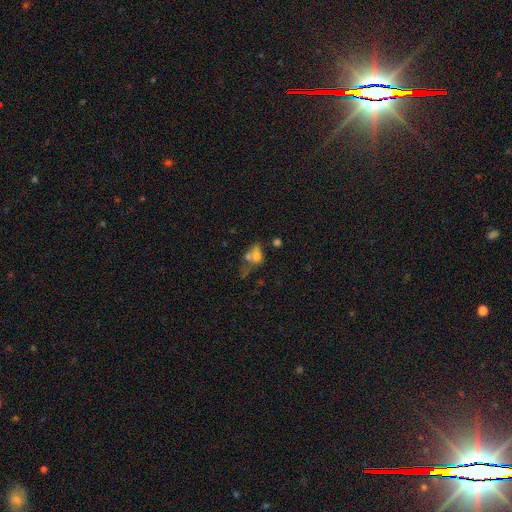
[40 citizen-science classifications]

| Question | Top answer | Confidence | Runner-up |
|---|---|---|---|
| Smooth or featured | smooth | 70% | featured or disk (20%) |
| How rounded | in between | 68% | round (32%) |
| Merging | merger | 42% | major disturbance (31%) |